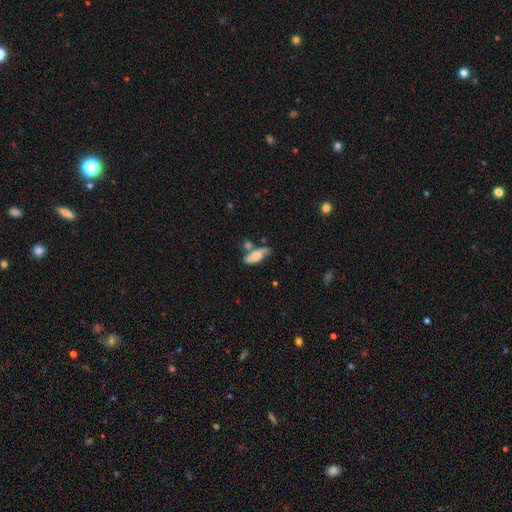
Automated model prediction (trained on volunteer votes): Overall: smooth (55%; featured or disk 37%). How rounded: in between (74%). Merging: none (48%; minor disturbance 23%).